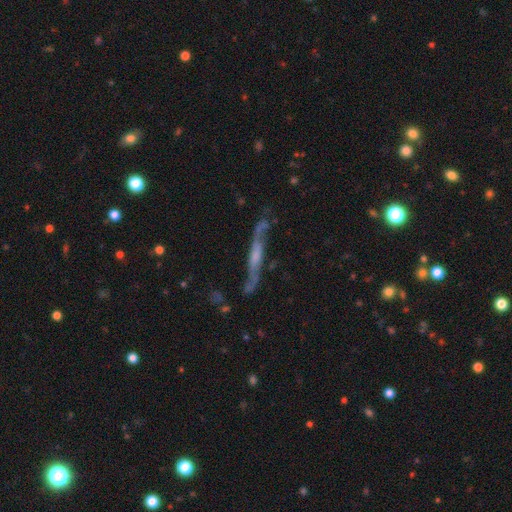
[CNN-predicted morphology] Smooth or featured: featured or disk — 73% (smooth — 21%)
Edge-on disk: yes — 64% (no — 36%)
Merging: none — 62% (minor disturbance — 22%)